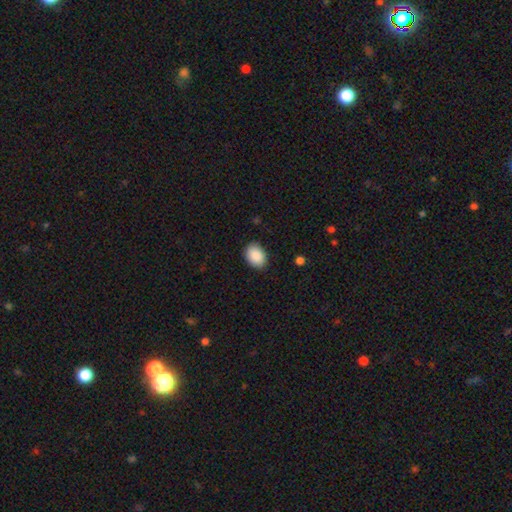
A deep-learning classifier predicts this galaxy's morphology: type=smooth (90%); roundness=in between (78%); merging=none (85%).